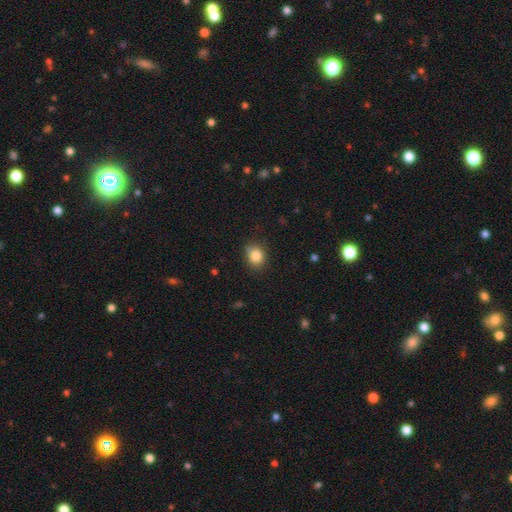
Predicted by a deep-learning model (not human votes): Smooth or featured?
  - smooth: 84% *
  - star or artifact: 10%
  - featured or disk: 6%
How rounded?
  - round: 64% *
  - in between: 35%
  - cigar-shaped: 1%
Merging?
  - none: 77% *
  - minor disturbance: 18%
  - major disturbance: 3%
  - merger: 2%